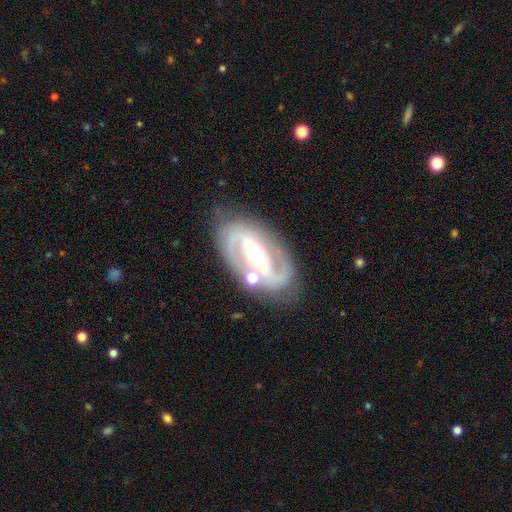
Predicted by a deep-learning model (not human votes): Smooth or featured?
  - featured or disk: 87% *
  - smooth: 8%
  - star or artifact: 5%
Edge-on disk?
  - no: 95% *
  - yes: 5%
Bar?
  - strong: 61% *
  - weak: 26%
  - no: 14%
Spiral arms?
  - yes: 91% *
  - no: 9%
Spiral winding?
  - medium: 46% *
  - tight: 37%
  - loose: 17%
Spiral arm count?
  - 2: 88% *
  - can't tell: 6%
  - 1: 2%
  - 3: 2%
  - 4: 1%
  - more than 4: 1%
Bulge size?
  - moderate: 68% *
  - small: 21%
  - large: 9%
  - dominant: 1%
  - none: 1%
Merging?
  - none: 76% *
  - minor disturbance: 15%
  - major disturbance: 6%
  - merger: 4%